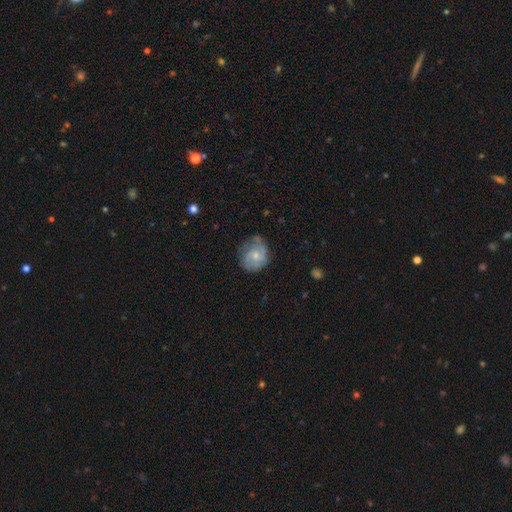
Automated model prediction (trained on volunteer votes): The model was most divided on "smooth or featured": featured or disk: 54%, smooth: 39%, star or artifact: 7%. More confident: edge-on disk — no (98%); bar — no (77%); spiral arms — yes (76%); bulge size — small (57%); merging — none (56%).